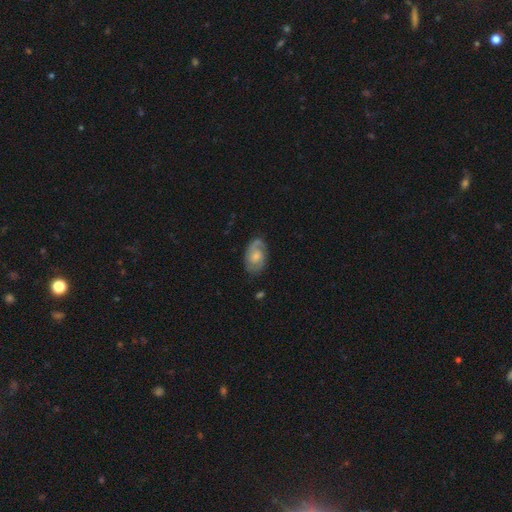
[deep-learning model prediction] Smooth or featured? Predicted: featured or disk (p=0.71). Edge-on disk? Predicted: no (p=0.97). Bar? Predicted: no (p=0.65). Spiral arms? Predicted: yes (p=0.92). Spiral winding? Predicted: tight (p=0.42, tied with medium). Spiral arm count? Predicted: 2 (p=0.74). Bulge size? Predicted: moderate (p=0.42). Merging? Predicted: none (p=0.74).